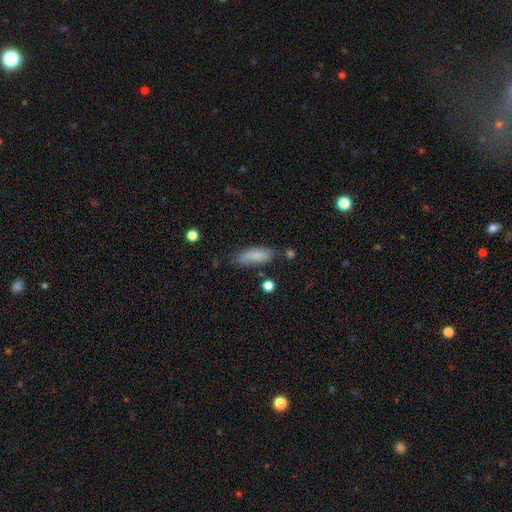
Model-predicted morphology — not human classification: smooth 83%, featured or disk 10%, star or artifact 7%. Down the decision tree: how rounded — in between (59%); merging — none (71%).